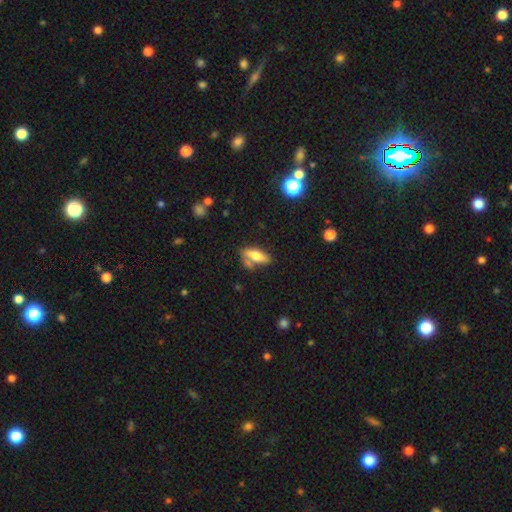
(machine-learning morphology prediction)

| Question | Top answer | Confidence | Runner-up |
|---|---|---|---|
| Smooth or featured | smooth | 65% | featured or disk (27%) |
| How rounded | in between | 59% | cigar-shaped (37%) |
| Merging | none | 60% | merger (19%) |